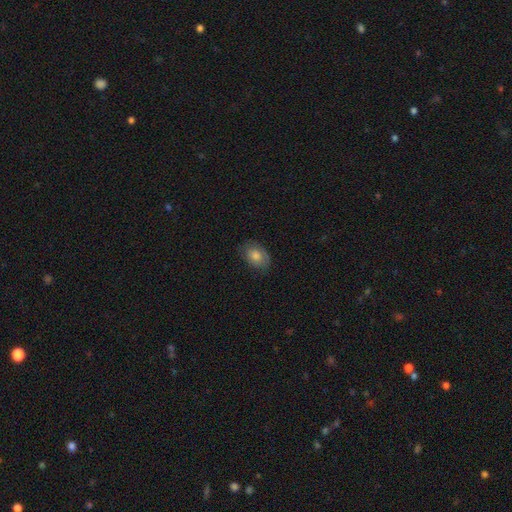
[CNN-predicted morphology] Smooth or featured: smooth — 75% (featured or disk — 17%)
How rounded: in between — 80% (round — 18%)
Merging: none — 78% (minor disturbance — 17%)